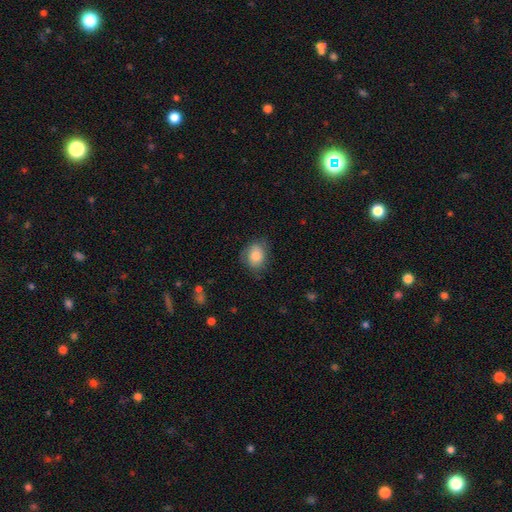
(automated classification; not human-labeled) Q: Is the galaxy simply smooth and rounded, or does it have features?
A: smooth — 80%.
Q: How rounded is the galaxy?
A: in between — 60%.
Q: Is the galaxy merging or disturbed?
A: none — 70%.